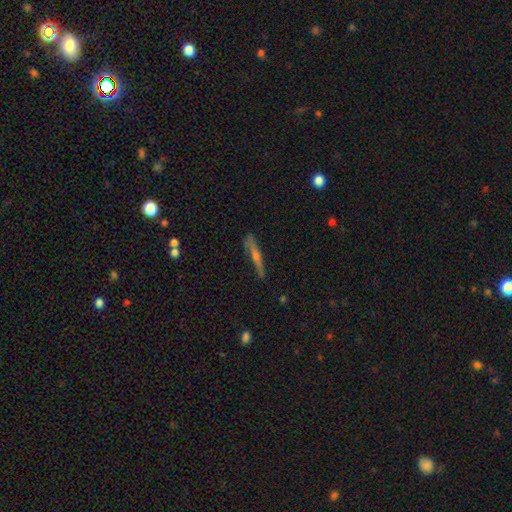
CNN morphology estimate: This is possibly a featured or disk galaxy (57%). It is clearly viewed edge-on (93%). Edge-on bulge: likely rounded (70%). Merging: likely none (75%).